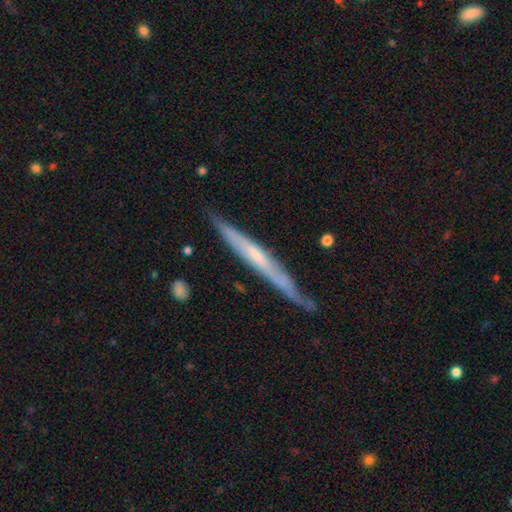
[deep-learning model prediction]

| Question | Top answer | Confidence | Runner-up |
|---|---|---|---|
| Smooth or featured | featured or disk | 63% | smooth (31%) |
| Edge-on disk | yes | 91% | no (9%) |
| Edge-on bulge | none | 70% | rounded (22%) |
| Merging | none | 76% | minor disturbance (19%) |